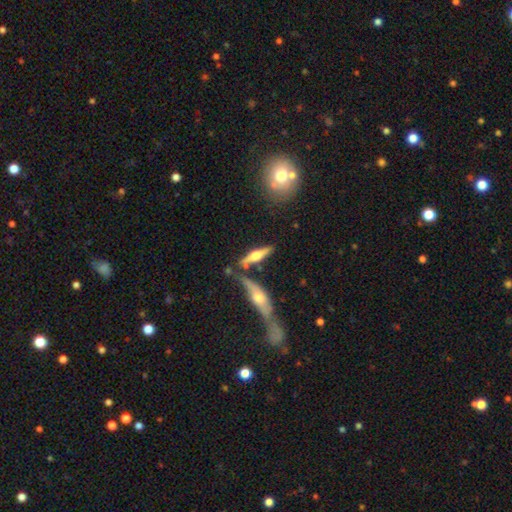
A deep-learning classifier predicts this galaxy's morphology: Smooth or featured: featured or disk — 58% (smooth — 35%)
Edge-on disk: yes — 92% (no — 8%)
Edge-on bulge: rounded — 94% (boxy — 4%)
Merging: none — 63% (merger — 20%)